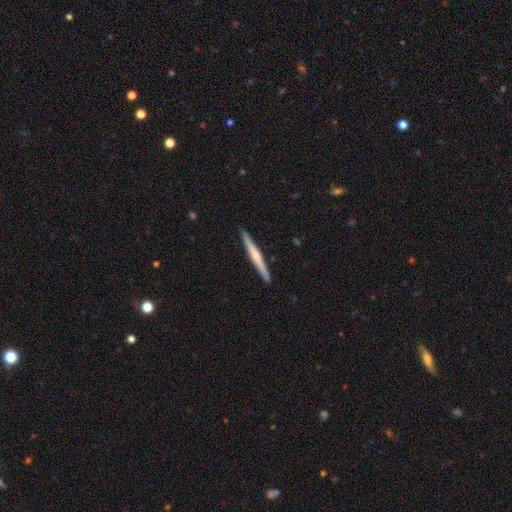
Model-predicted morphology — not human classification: smooth_or_featured: featured or disk (p=0.55) [alt: smooth p=0.40]
disk_edge_on: yes (p=0.98) [alt: no p=0.02]
edge_on_bulge: rounded (p=0.49) [alt: none p=0.42]
merging: none (p=0.92) [alt: minor disturbance p=0.06]